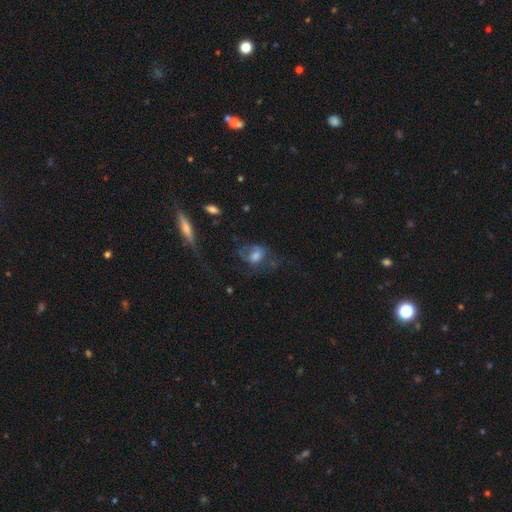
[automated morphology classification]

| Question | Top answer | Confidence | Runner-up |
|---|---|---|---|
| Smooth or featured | smooth | 44% | featured or disk (43%) |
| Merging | major disturbance | 39% | none (37%) |